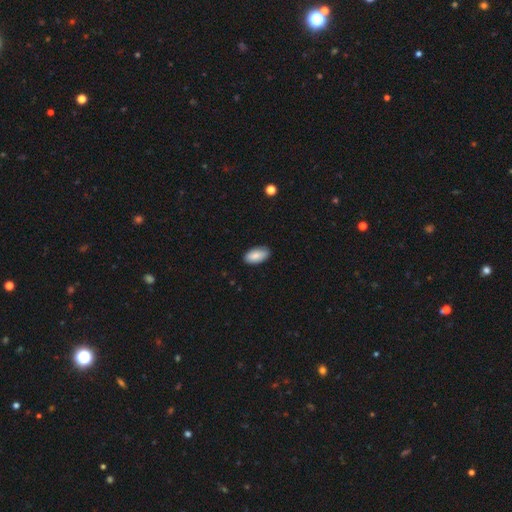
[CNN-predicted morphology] type=smooth (85%); roundness=in between (95%); merging=none (86%).